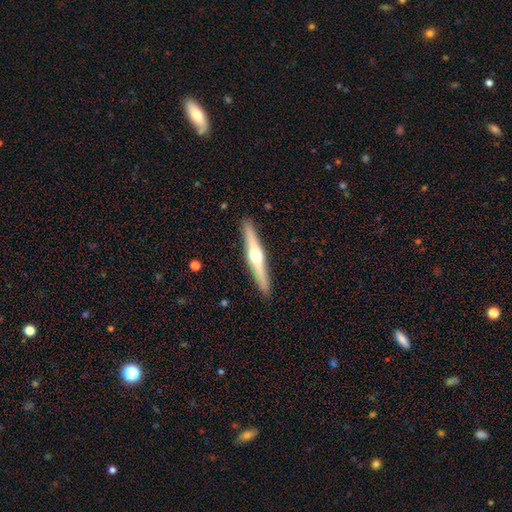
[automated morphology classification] Smooth or featured?
  - featured or disk: 69% *
  - smooth: 26%
  - star or artifact: 5%
Edge-on disk?
  - yes: 97% *
  - no: 3%
Edge-on bulge?
  - rounded: 94% *
  - none: 4%
  - boxy: 3%
Merging?
  - none: 91% *
  - minor disturbance: 6%
  - major disturbance: 1%
  - merger: 1%